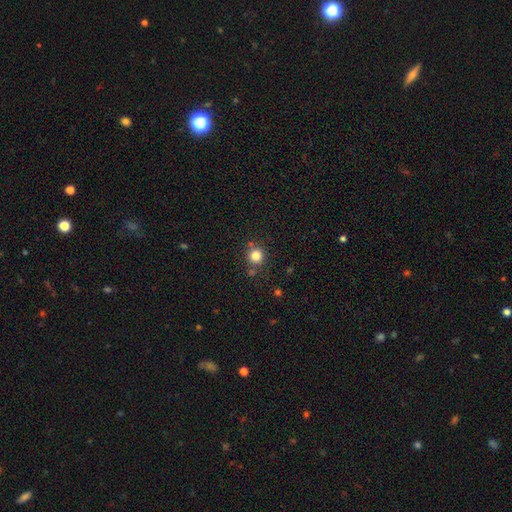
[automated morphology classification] smooth-or-featured: smooth: 83% | star or artifact: 12% | featured or disk: 5%
  how-rounded: round: 91% | in between: 8% | cigar-shaped: 1%
  merging: none: 80% | minor disturbance: 9% | merger: 7% | major disturbance: 3%